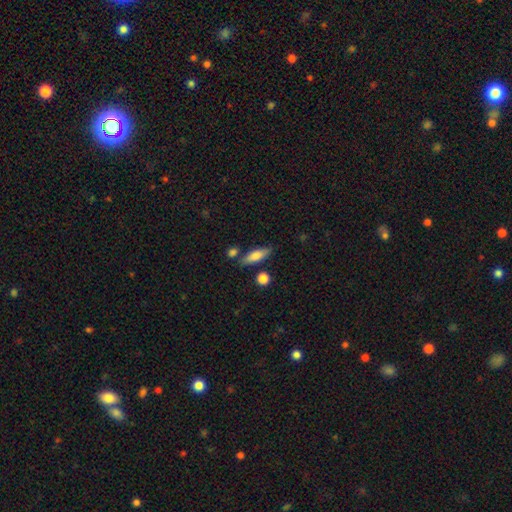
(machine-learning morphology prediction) Smooth or featured? smooth (74%)
How rounded? cigar-shaped (49%)
Merging? none (77%)